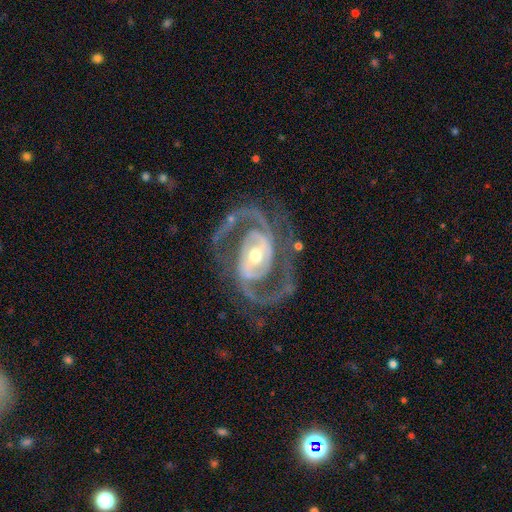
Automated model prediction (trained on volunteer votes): Overall: featured or disk (94%). Edge-on disk: no (98%). Bar: strong (37%; weak 35%). Spiral arms: yes (98%). Spiral arm count: 2 (88%). Spiral winding: medium (58%; tight 30%). Bulge size: moderate (58%; small 34%). Merging: none (76%).